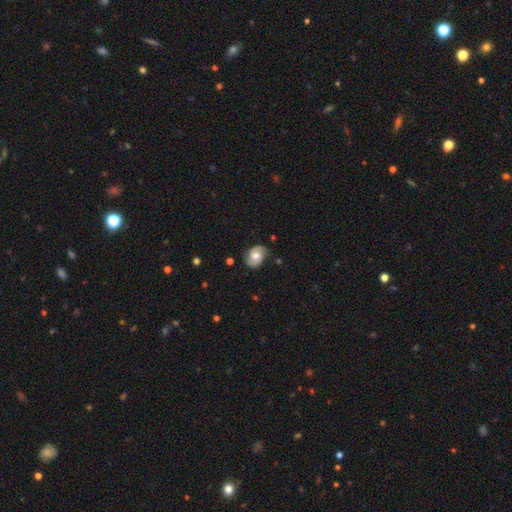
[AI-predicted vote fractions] Morphology: type=featured or disk (73%); edge-on=no (97%); bar=no (65%); spiral arms=yes (92%); winding=medium (46%); arm count=2 (91%); bulge=moderate (73%); merging=none (80%).